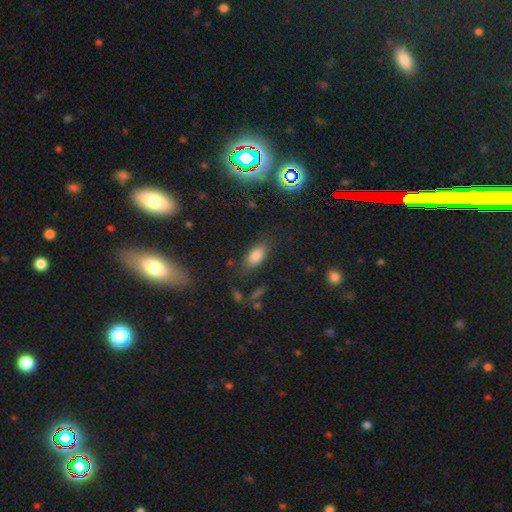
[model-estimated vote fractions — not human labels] Q: Smooth or featured?
A: smooth (76%); runner-up: star or artifact (14%)
Q: How rounded?
A: in between (84%); runner-up: cigar-shaped (11%)
Q: Merging?
A: none (80%); runner-up: minor disturbance (13%)